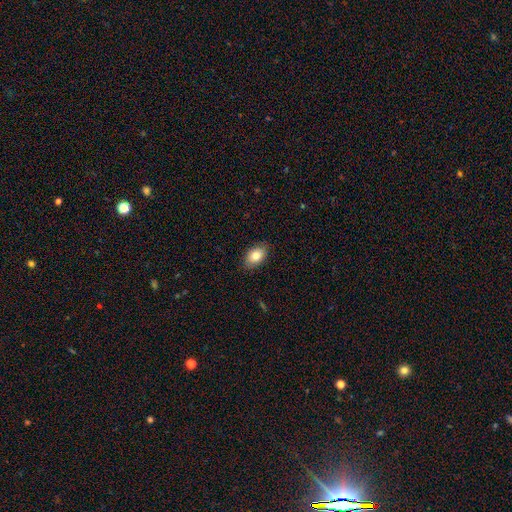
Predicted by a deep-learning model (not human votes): The model was most divided on "smooth or featured": smooth: 79%, featured or disk: 13%, star or artifact: 7%. More confident: how rounded — in between (89%); merging — none (86%).